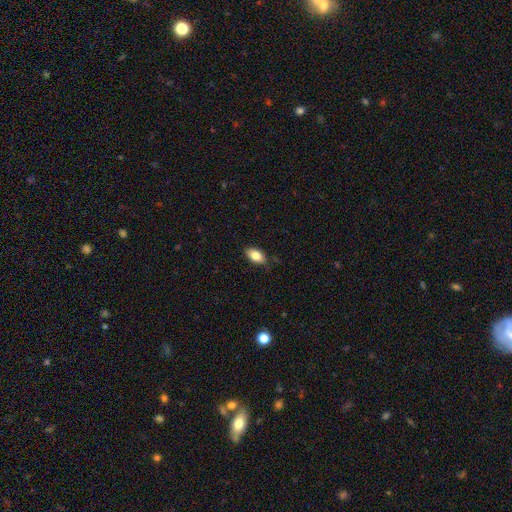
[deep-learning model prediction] Overall: smooth (81%). How rounded: in between (91%). Merging: none (81%).